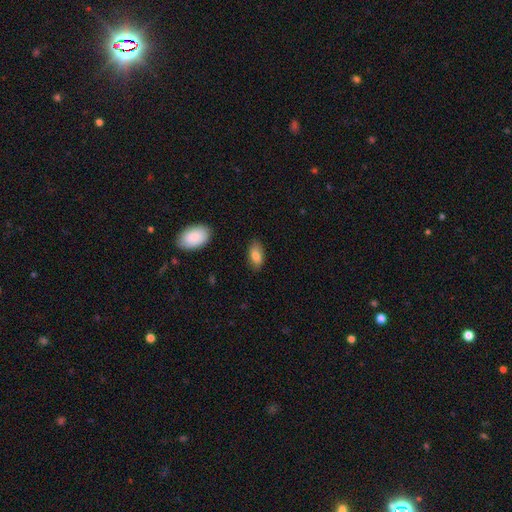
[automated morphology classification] Overall: smooth (82%). How rounded: in between (91%). Merging: none (82%).